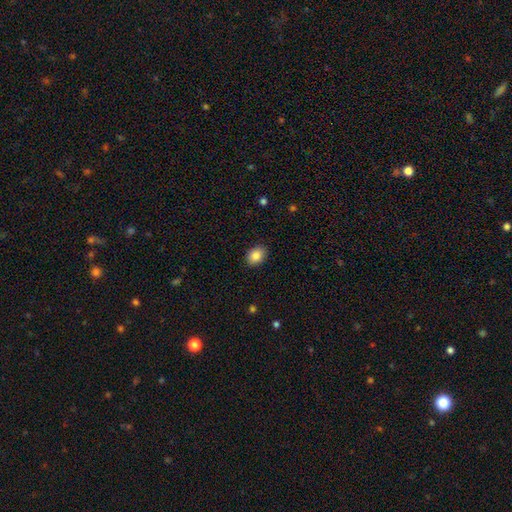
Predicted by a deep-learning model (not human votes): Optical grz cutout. It shows a smooth galaxy with no disk features (86%) that is in between round and cigar-shaped (70%). Merging: none (88%).